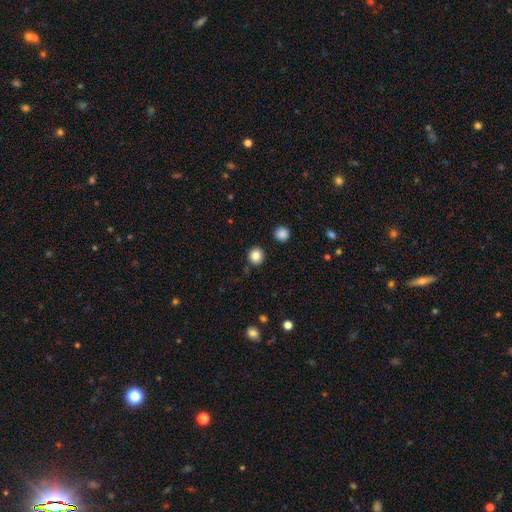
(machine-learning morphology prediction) Overall: smooth (85%). How rounded: round (89%). Merging: none (88%).